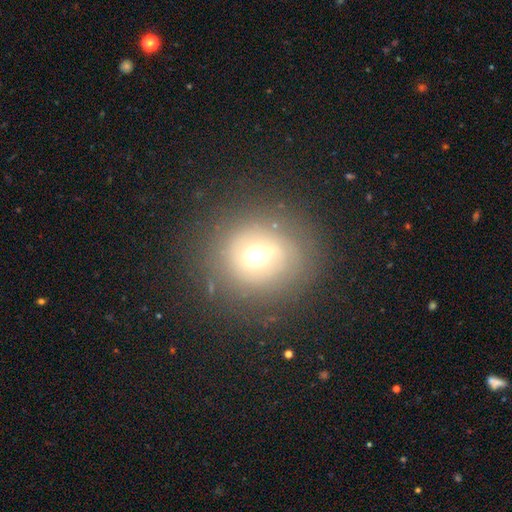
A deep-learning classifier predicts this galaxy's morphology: Smooth or featured? Predicted: smooth (p=0.45). Merging? Predicted: none (p=0.66).